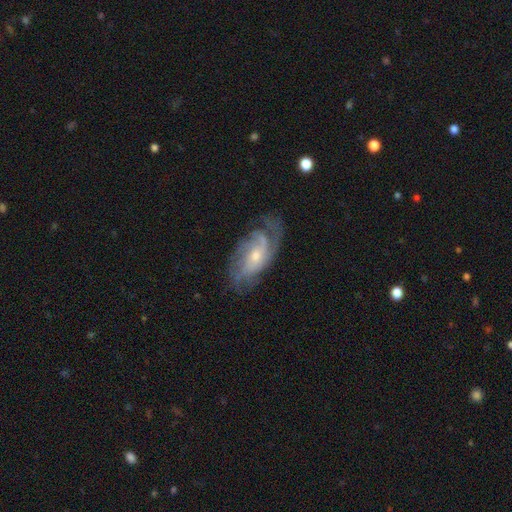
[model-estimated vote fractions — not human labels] Morphology: type=featured or disk (83%); edge-on=no (94%); bar=no (64%); spiral arms=yes (95%); winding=tight (43%); arm count=can't tell (30%); bulge=small (53%); merging=none (67%).